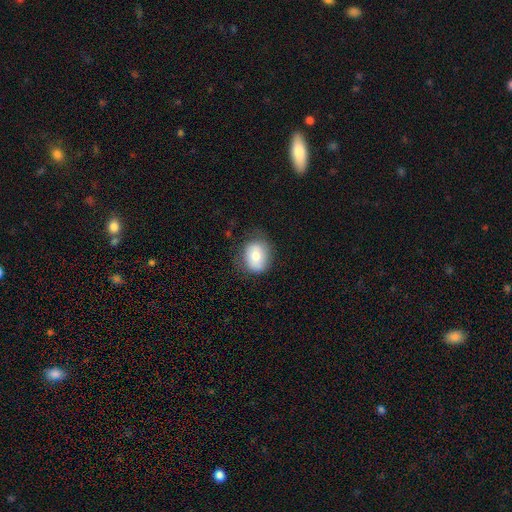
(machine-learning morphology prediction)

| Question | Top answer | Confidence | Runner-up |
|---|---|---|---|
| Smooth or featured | smooth | 71% | featured or disk (20%) |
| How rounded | round | 52% | in between (47%) |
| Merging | none | 72% | minor disturbance (20%) |